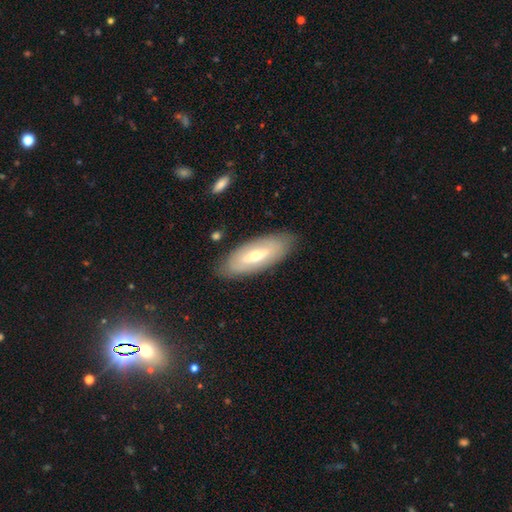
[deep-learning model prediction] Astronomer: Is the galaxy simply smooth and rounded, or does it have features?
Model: featured or disk — 55% (runner-up: smooth, 38%).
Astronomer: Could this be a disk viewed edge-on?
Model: no — 76%.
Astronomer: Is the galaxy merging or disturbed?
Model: none — 84%.